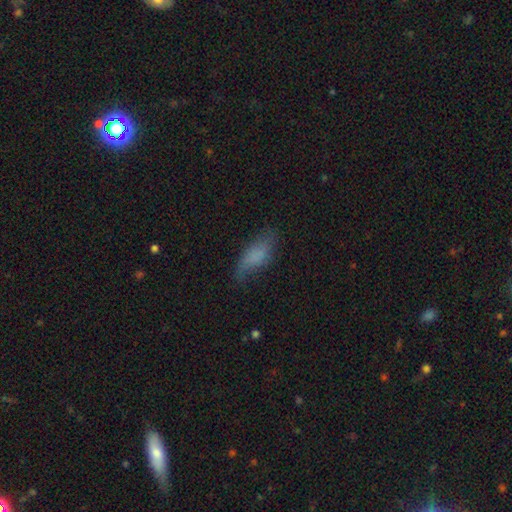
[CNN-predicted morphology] Smooth or featured? Predicted: smooth (p=0.65). How rounded? Predicted: in between (p=0.75). Merging? Predicted: none (p=0.56).